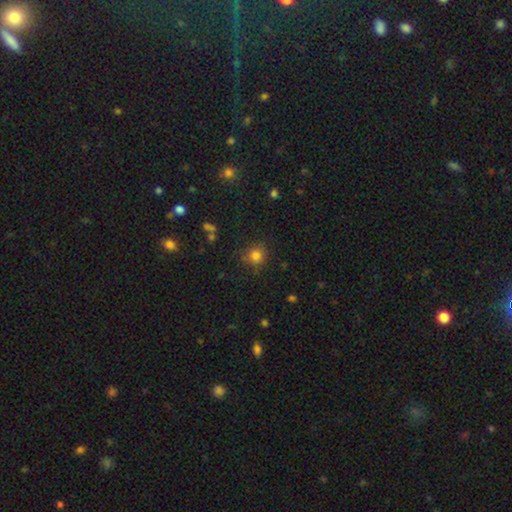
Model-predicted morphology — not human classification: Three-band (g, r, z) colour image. It shows a smooth galaxy with no disk features (81%) that is round (88%). Merging: none (80%).